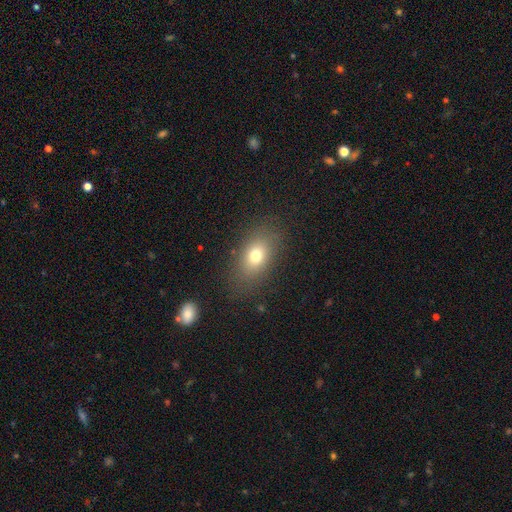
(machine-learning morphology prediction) Q: Smooth or featured?
A: smooth (73%); runner-up: featured or disk (14%)
Q: How rounded?
A: in between (79%); runner-up: round (18%)
Q: Merging?
A: none (83%); runner-up: minor disturbance (11%)